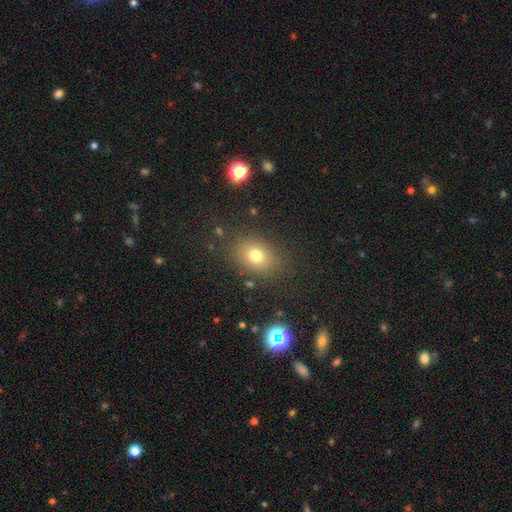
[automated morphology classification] smooth_or_featured: smooth (p=0.74) [alt: star or artifact p=0.14]
how_rounded: in between (p=0.63) [alt: round p=0.36]
merging: none (p=0.83) [alt: minor disturbance p=0.11]